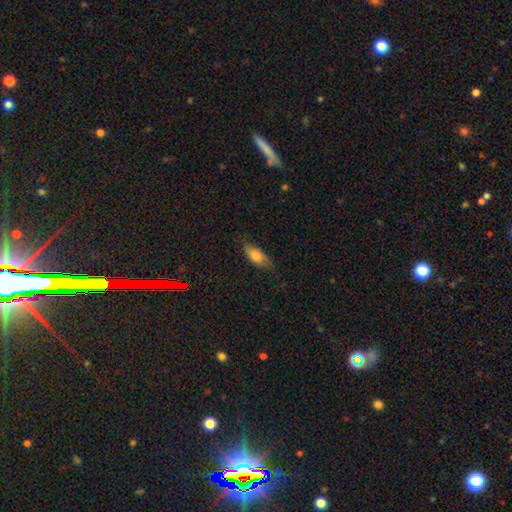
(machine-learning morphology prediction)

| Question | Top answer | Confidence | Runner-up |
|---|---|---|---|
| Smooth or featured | smooth | 72% | featured or disk (21%) |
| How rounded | in between | 78% | cigar-shaped (19%) |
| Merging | none | 72% | minor disturbance (23%) |